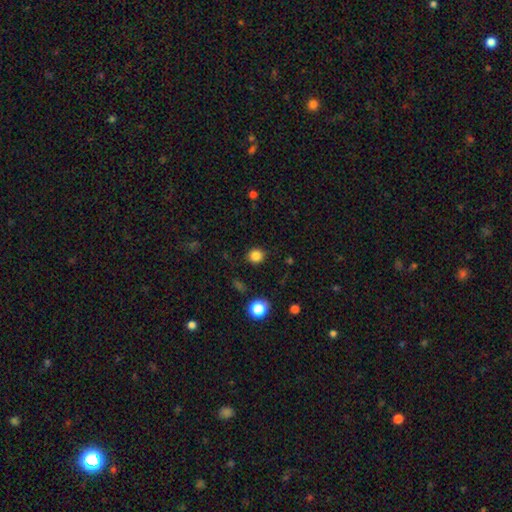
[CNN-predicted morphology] Overall: smooth (84%). How rounded: round (88%). Merging: none (89%).